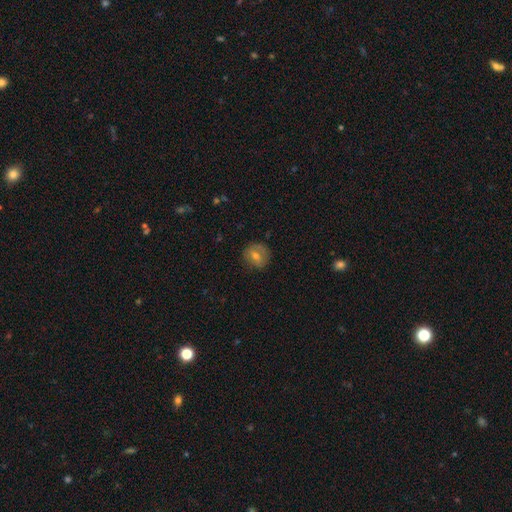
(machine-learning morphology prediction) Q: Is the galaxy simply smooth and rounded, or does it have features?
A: smooth — 58%.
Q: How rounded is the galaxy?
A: round — 82%.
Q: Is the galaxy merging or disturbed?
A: none — 81%.